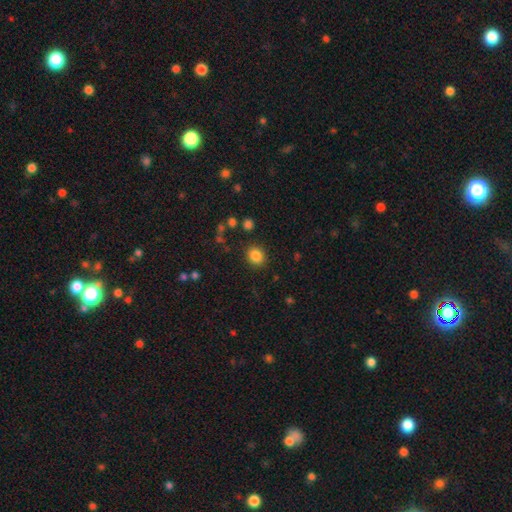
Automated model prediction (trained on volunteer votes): The model was most divided on "how rounded": round: 69%, in between: 31%, cigar-shaped: 1%. More confident: merging — none (87%); smooth or featured — smooth (84%).